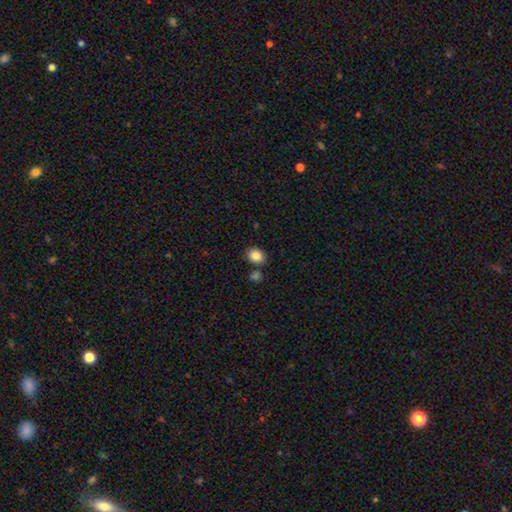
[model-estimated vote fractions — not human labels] Overall: smooth (87%). How rounded: in between (54%; round 45%). Merging: none (77%).